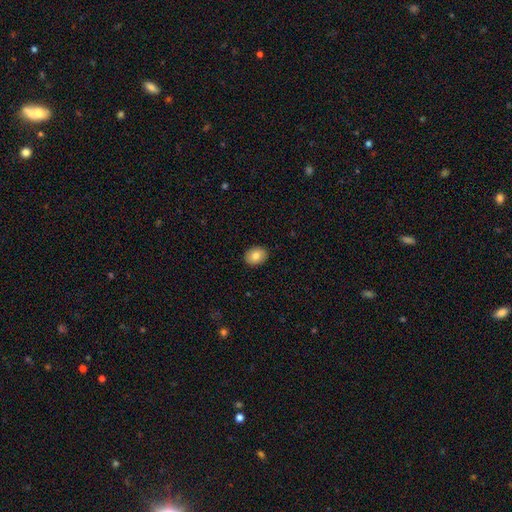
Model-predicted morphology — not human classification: Smooth or featured? smooth (82%)
How rounded? in between (62%)
Merging? none (90%)